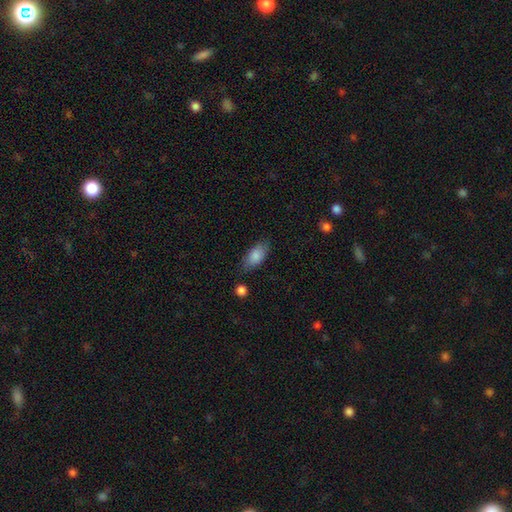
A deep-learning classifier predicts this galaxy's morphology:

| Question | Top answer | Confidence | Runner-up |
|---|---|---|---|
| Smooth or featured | smooth | 84% | featured or disk (9%) |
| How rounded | in between | 88% | cigar-shaped (8%) |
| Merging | none | 74% | minor disturbance (19%) |